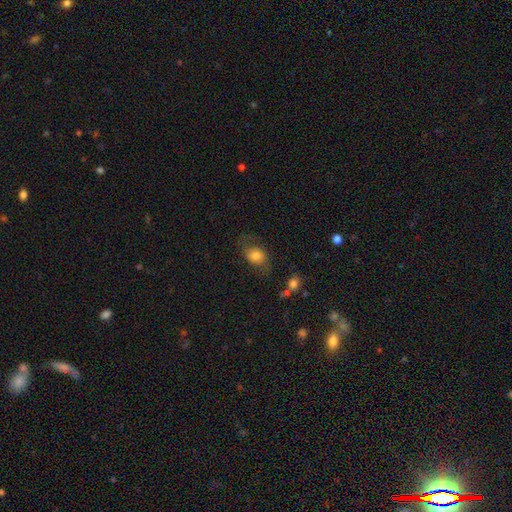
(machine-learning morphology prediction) smooth-or-featured: smooth: 68% | featured or disk: 22% | star or artifact: 9%
  how-rounded: in between: 65% | round: 33% | cigar-shaped: 2%
  merging: none: 58% | minor disturbance: 23% | major disturbance: 16% | merger: 3%